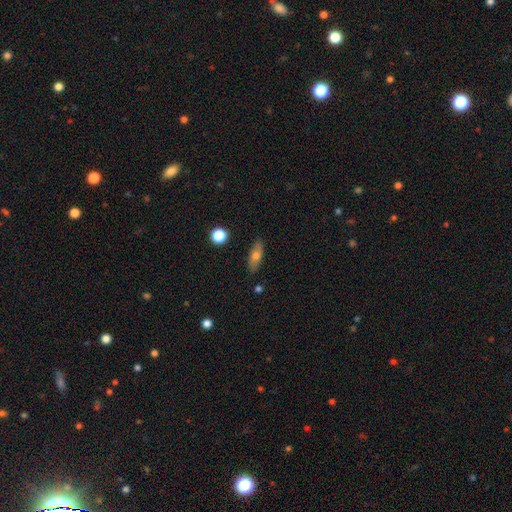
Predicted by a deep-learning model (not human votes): A smooth galaxy with no disk features (66%) that is in between round and cigar-shaped (61%). Merging: none (86%).